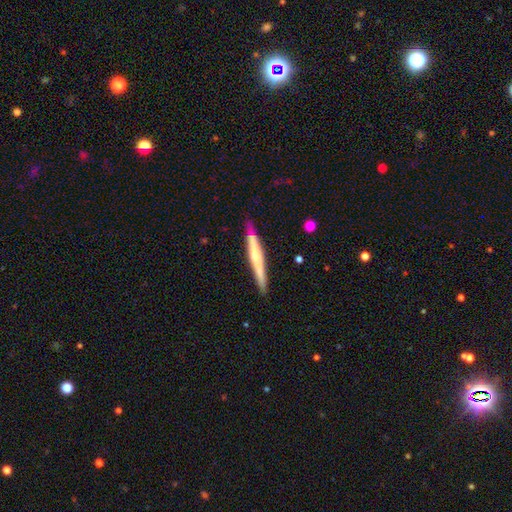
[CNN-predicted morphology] Smooth or featured? featured or disk (55%)
Edge-on disk? yes (95%)
Edge-on bulge? rounded (57%)
Merging? none (83%)